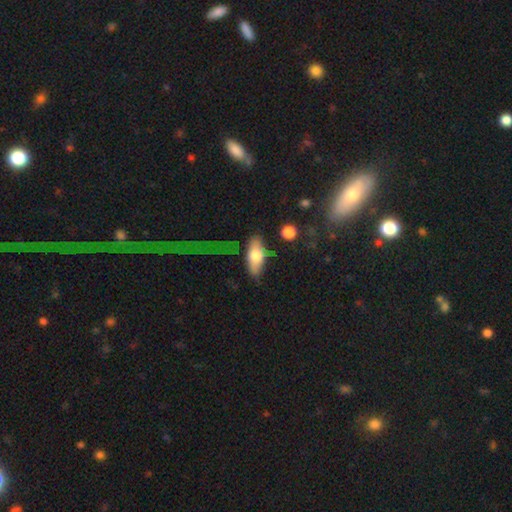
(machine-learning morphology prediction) The model was most divided on "smooth or featured": smooth: 65%, featured or disk: 29%, star or artifact: 6%. More confident: how rounded — in between (80%); merging — none (62%).